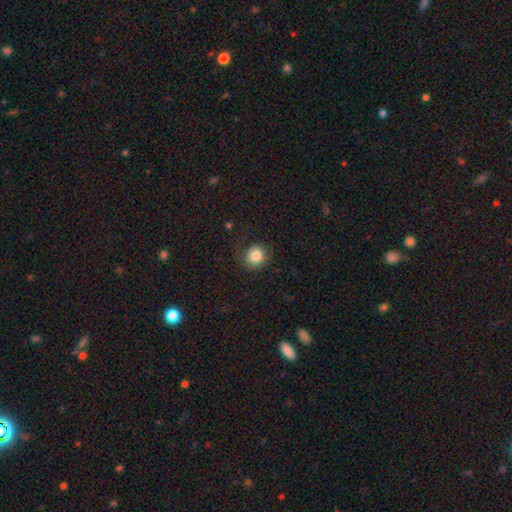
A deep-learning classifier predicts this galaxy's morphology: Smooth or featured? smooth (81%)
How rounded? round (79%)
Merging? none (72%)